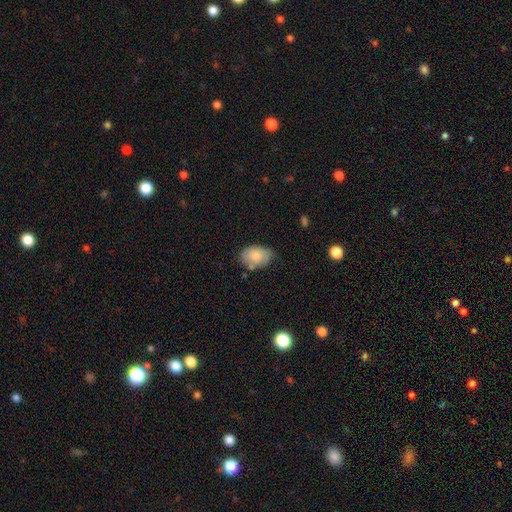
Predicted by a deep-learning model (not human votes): Q: Smooth or featured?
A: smooth (76%); runner-up: featured or disk (17%)
Q: How rounded?
A: in between (83%); runner-up: round (16%)
Q: Merging?
A: none (58%); runner-up: minor disturbance (30%)